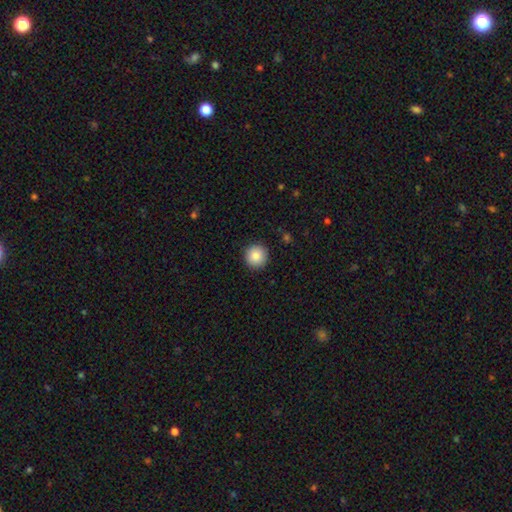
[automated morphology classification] A smooth galaxy with no disk features (87%) that is round (95%).

Vote fractions:
- Smooth or featured? smooth: 87% / star or artifact: 8% / featured or disk: 5%
- How rounded? round: 95% / in between: 4% / cigar-shaped: 1%
- Merging? none: 92% / minor disturbance: 6% / major disturbance: 2% / merger: 1%